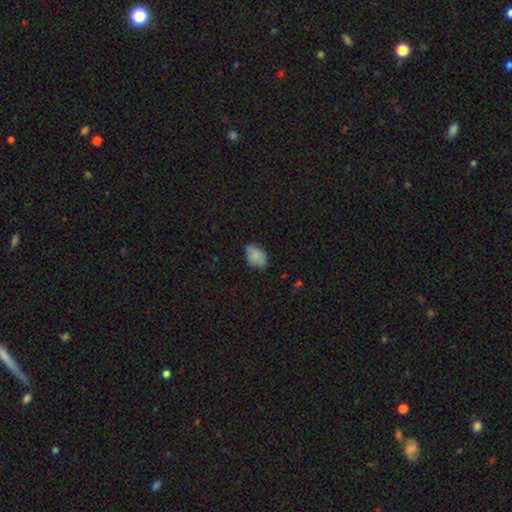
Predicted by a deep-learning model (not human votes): Smooth or featured: smooth — 82% (featured or disk — 10%)
How rounded: in between — 89% (round — 10%)
Merging: none — 71% (minor disturbance — 24%)